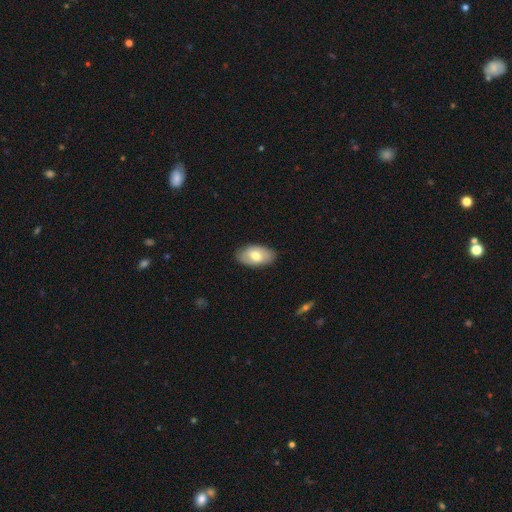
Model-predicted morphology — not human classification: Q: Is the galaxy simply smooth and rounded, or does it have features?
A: smooth — 67%.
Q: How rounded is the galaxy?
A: in between — 94%.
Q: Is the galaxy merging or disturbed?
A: none — 85%.